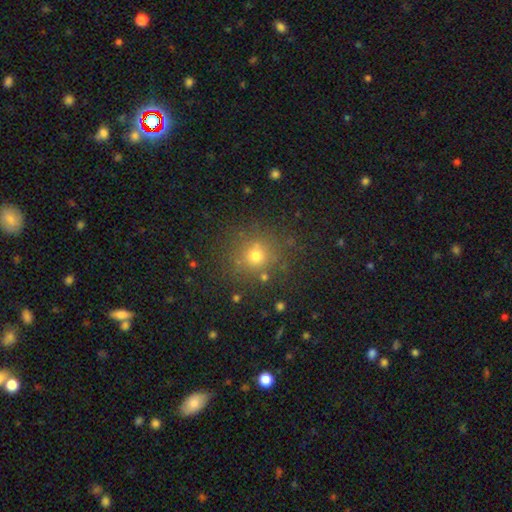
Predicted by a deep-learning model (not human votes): The model was most divided on "smooth or featured": smooth: 70%, star or artifact: 21%, featured or disk: 9%. More confident: how rounded — round (90%); merging — none (82%).